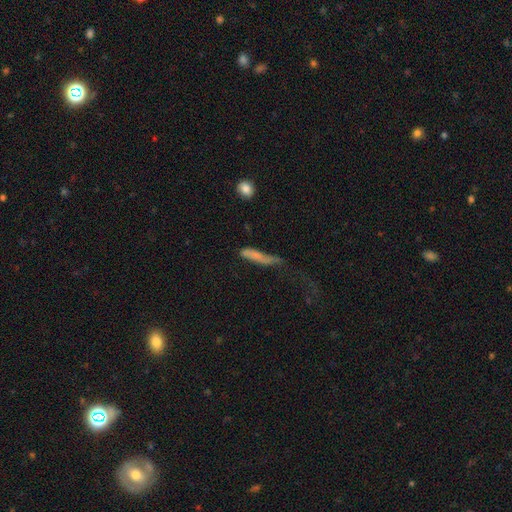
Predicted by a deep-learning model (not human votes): The model was most divided on "merging": major disturbance: 36%, none: 30%, minor disturbance: 27%, merger: 7%. More confident: how rounded — cigar-shaped (81%); smooth or featured — smooth (66%).